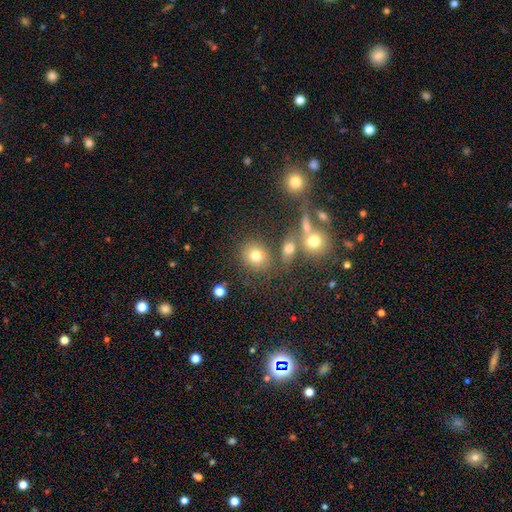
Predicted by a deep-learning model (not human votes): smooth 73%, star or artifact 16%, featured or disk 11%. Down the decision tree: how rounded — round (79%); merging — none (69%).